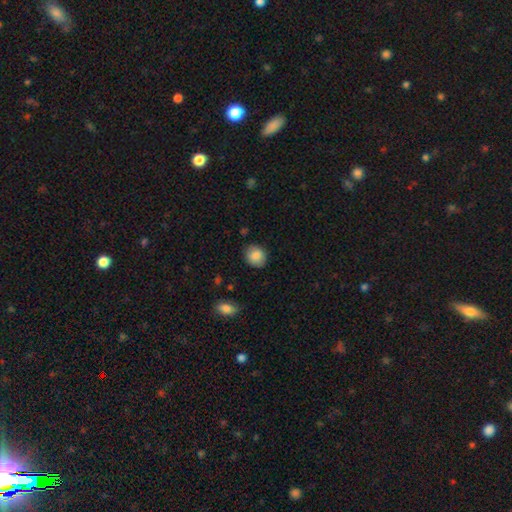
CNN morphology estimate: A smooth galaxy with no disk features (85%) that is round (69%).

Vote fractions:
- Smooth or featured? smooth: 85% / star or artifact: 8% / featured or disk: 7%
- How rounded? round: 69% / in between: 30% / cigar-shaped: 1%
- Merging? none: 85% / minor disturbance: 11% / major disturbance: 2% / merger: 1%